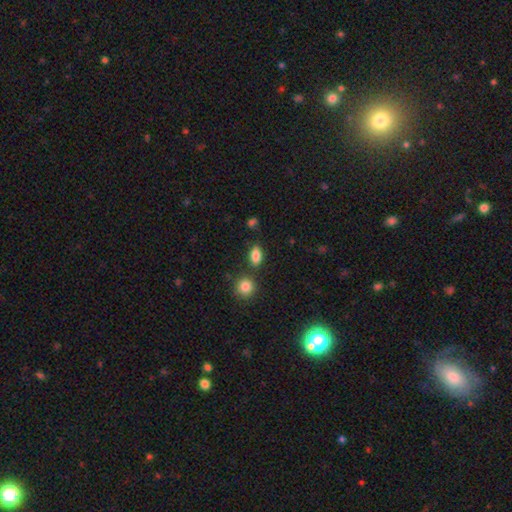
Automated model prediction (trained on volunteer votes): This appears to be a smooth galaxy with no disk features (85%) that is in between round and cigar-shaped (86%). Merging: none (79%).